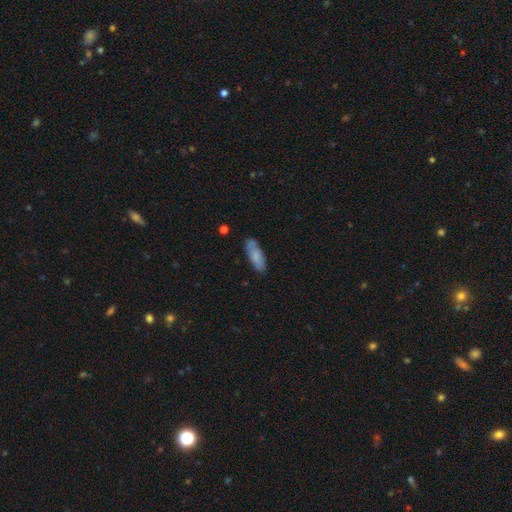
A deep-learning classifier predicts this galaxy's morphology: A smooth galaxy with no disk features (76%) that is in between round and cigar-shaped (64%). Merging: none (72%).